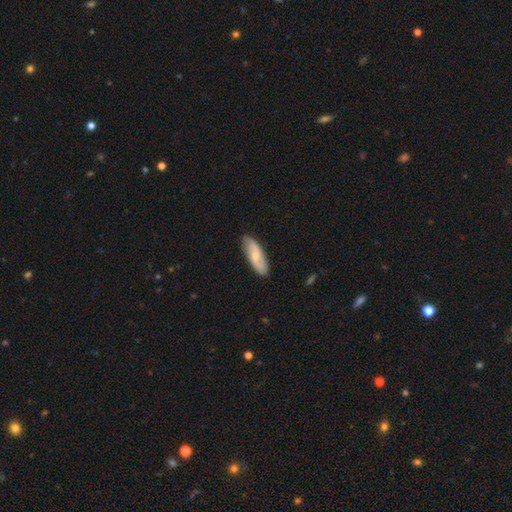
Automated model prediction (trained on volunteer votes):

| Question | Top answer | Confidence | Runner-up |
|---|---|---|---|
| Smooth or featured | smooth | 51% | featured or disk (44%) |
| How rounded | in between | 62% | cigar-shaped (36%) |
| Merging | none | 83% | minor disturbance (14%) |